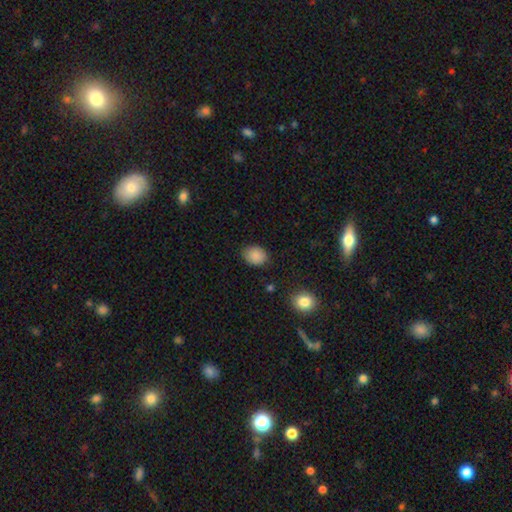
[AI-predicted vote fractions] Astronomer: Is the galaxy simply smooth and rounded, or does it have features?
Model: smooth — 88%.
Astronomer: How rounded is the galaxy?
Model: in between — 56% (runner-up: round, 43%).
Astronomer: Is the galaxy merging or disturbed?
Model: none — 82%.